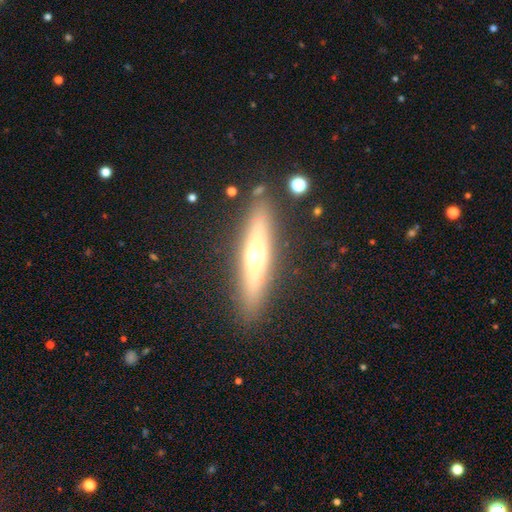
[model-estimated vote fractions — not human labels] Q: Smooth or featured?
A: featured or disk (56%); runner-up: smooth (36%)
Q: Edge-on disk?
A: yes (89%); runner-up: no (11%)
Q: Merging?
A: none (86%); runner-up: minor disturbance (9%)